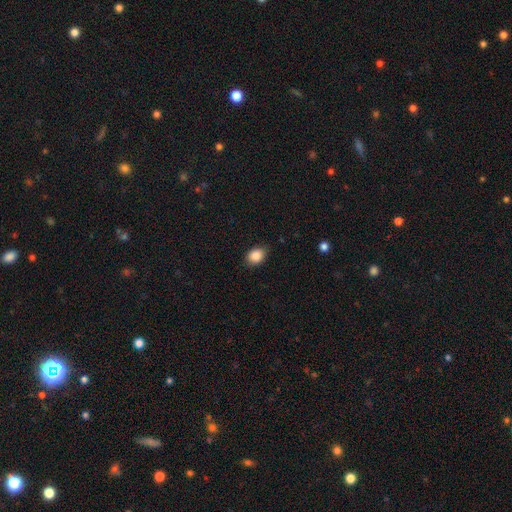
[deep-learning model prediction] A smooth galaxy with no disk features (87%) that is in between round and cigar-shaped (65%). Merging: none (81%).